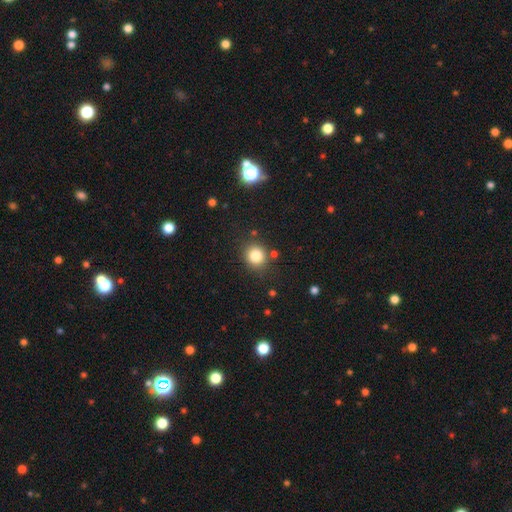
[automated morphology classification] Overall: smooth (82%). How rounded: round (83%). Merging: none (82%).